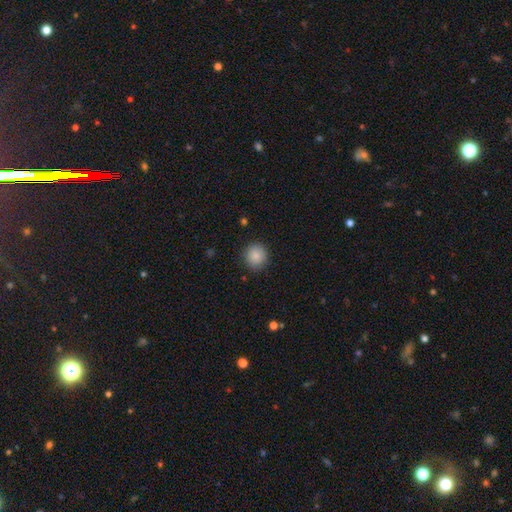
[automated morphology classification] Overall: smooth (87%). How rounded: round (92%). Merging: none (89%).